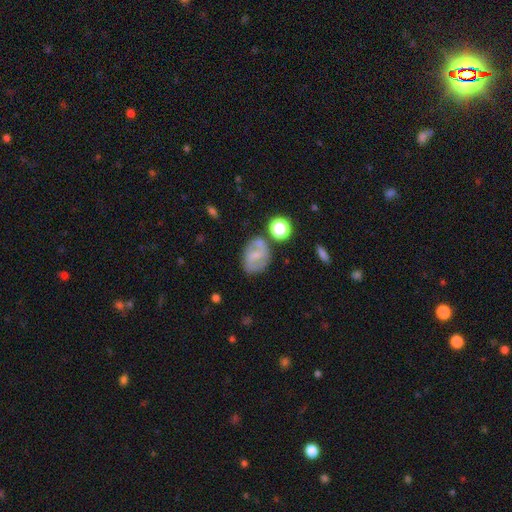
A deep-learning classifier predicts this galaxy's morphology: Smooth or featured?
  - featured or disk: 50% *
  - smooth: 40%
  - star or artifact: 10%
Merging?
  - none: 60% *
  - minor disturbance: 20%
  - merger: 11%
  - major disturbance: 9%